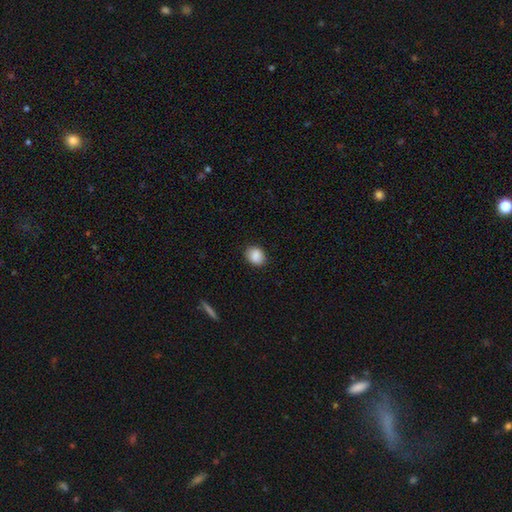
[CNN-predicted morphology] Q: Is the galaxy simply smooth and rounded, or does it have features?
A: smooth — 89%.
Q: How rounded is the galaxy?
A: round — 52%.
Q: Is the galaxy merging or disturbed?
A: none — 87%.